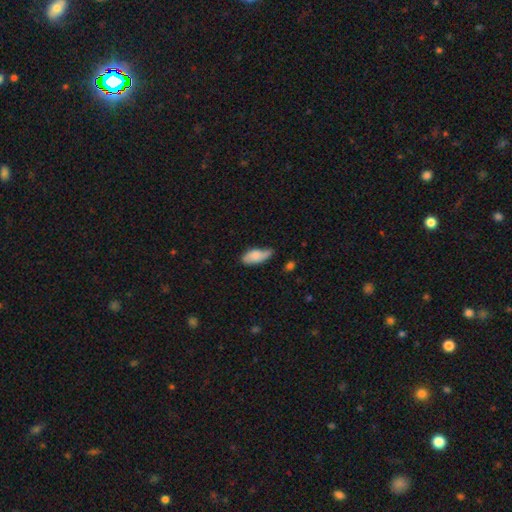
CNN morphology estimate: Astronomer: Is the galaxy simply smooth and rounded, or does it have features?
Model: smooth — 72%.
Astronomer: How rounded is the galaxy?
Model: in between — 83%.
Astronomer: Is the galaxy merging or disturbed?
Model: none — 46% (runner-up: minor disturbance, 39%).